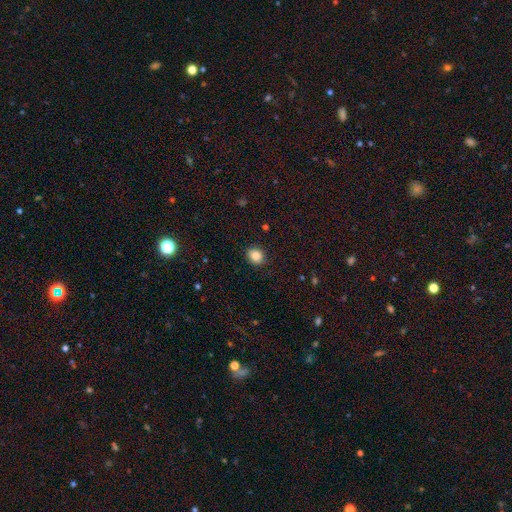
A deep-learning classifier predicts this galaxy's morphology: type=smooth (85%); roundness=round (71%); merging=none (88%).